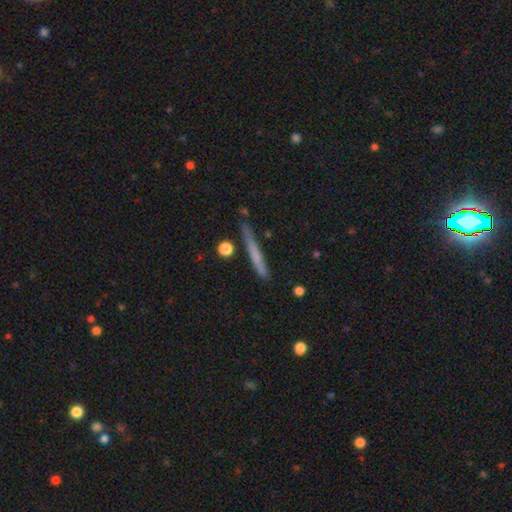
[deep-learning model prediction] Smooth or featured: smooth — 60% (featured or disk — 32%)
How rounded: cigar-shaped — 95% (in between — 3%)
Merging: none — 76% (minor disturbance — 17%)